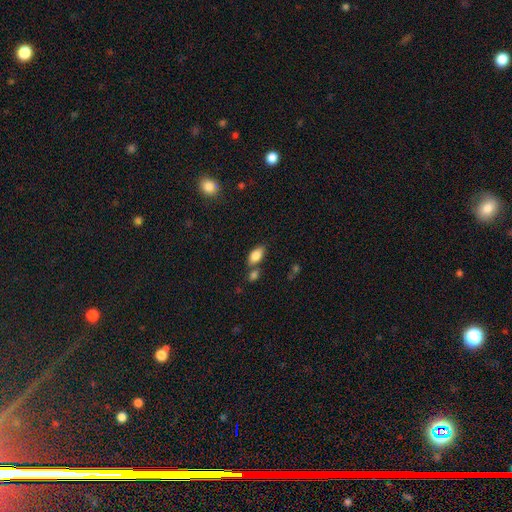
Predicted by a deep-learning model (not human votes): This is clearly a smooth galaxy (84%). How rounded: clearly in between (91%). Merging: likely none (63%).